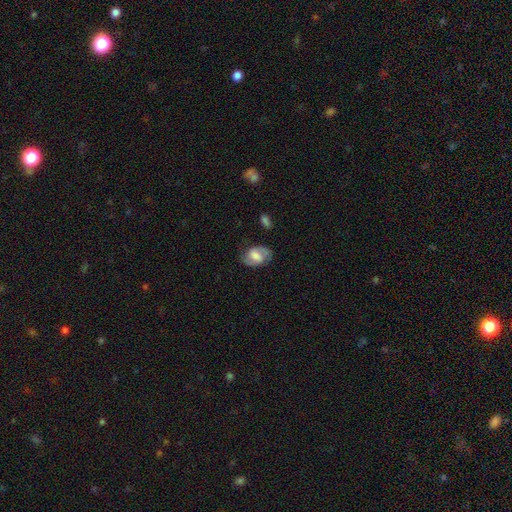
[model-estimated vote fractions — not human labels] A featured or disk galaxy (64%) with a weak bar (49%), 2 (87%) medium (49%) spiral arms (89%) and a moderate central bulge (41%).

Vote fractions:
- Smooth or featured? featured or disk: 64% / smooth: 29% / star or artifact: 7%
- Edge-on disk? no: 97% / yes: 3%
- Bar? weak: 49% / no: 26% / strong: 25%
- Spiral arms? yes: 89% / no: 11%
- Spiral winding? medium: 49% / tight: 29% / loose: 22%
- Spiral arm count? 2: 87% / can't tell: 7% / 1: 4% / 3: 1% / 4: 1% / more than 4: 1%
- Bulge size? moderate: 41% / small: 23% / large: 21% / none: 12% / dominant: 3%
- Merging? none: 74% / minor disturbance: 18% / major disturbance: 7% / merger: 2%